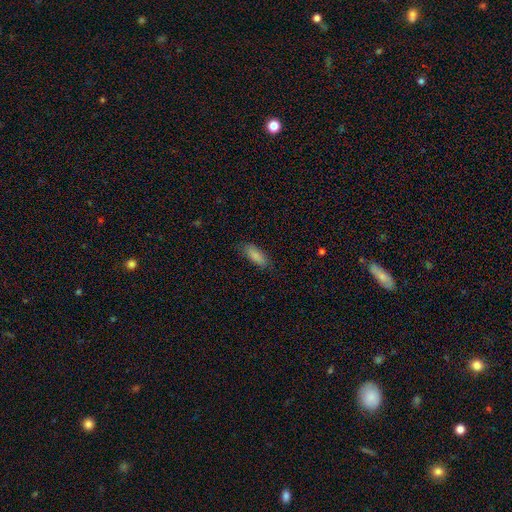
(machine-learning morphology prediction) Smooth or featured: smooth — 86% (featured or disk — 7%)
How rounded: in between — 69% (cigar-shaped — 29%)
Merging: none — 81% (minor disturbance — 14%)